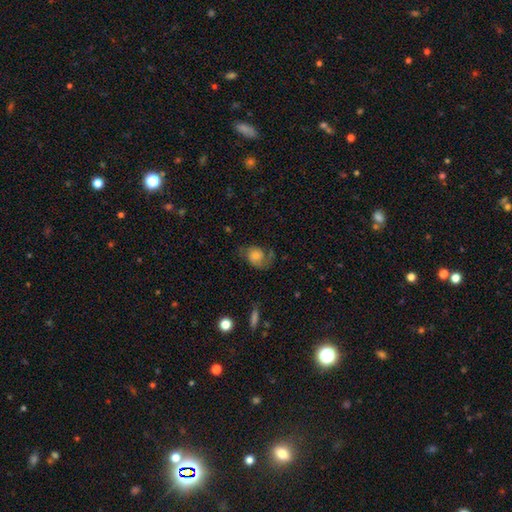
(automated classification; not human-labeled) A featured or disk galaxy (54%) with no bar (74%), spiral arms (86%) and a small central bulge (40%, tied with moderate).

Vote fractions:
- Smooth or featured? featured or disk: 54% / smooth: 36% / star or artifact: 10%
- Edge-on disk? no: 96% / yes: 4%
- Bar? no: 74% / weak: 22% / strong: 4%
- Spiral arms? yes: 86% / no: 14%
- Bulge size? small: 40% (tied) / moderate: 40% (tied) / large: 10% / none: 7% / dominant: 3%
- Merging? none: 54% / minor disturbance: 24% / major disturbance: 20% / merger: 2%